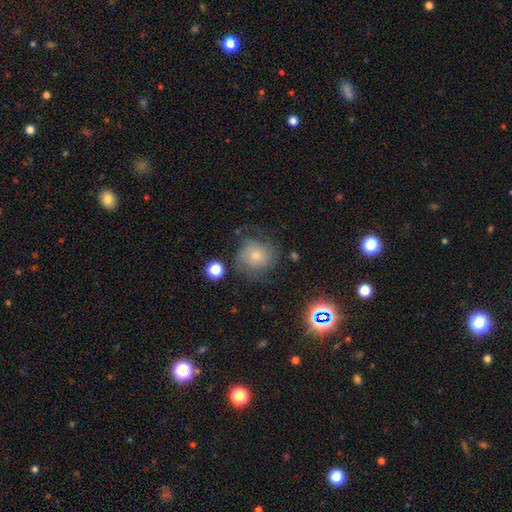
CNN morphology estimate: Smooth or featured?
  - smooth: 46% *
  - featured or disk: 42%
  - star or artifact: 12%
Merging?
  - none: 55% *
  - minor disturbance: 23%
  - major disturbance: 19%
  - merger: 3%